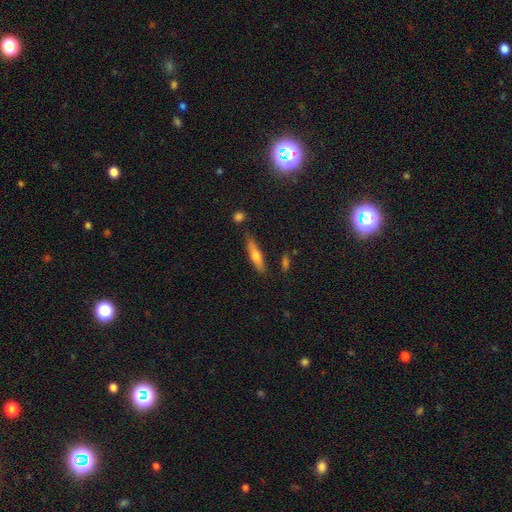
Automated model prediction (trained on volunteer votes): The model was most divided on "smooth or featured": smooth: 59%, featured or disk: 35%, star or artifact: 6%. More confident: merging — none (79%); how rounded — cigar-shaped (77%).